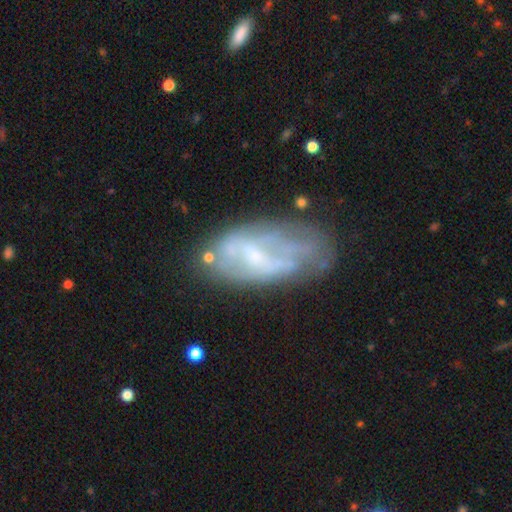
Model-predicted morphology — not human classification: Smooth or featured? Predicted: featured or disk (p=0.62). Edge-on disk? Predicted: no (p=0.92). Bar? Predicted: no (p=0.44). Spiral arms? Predicted: no (p=0.60). Bulge size? Predicted: small (p=0.46). Merging? Predicted: none (p=0.47).